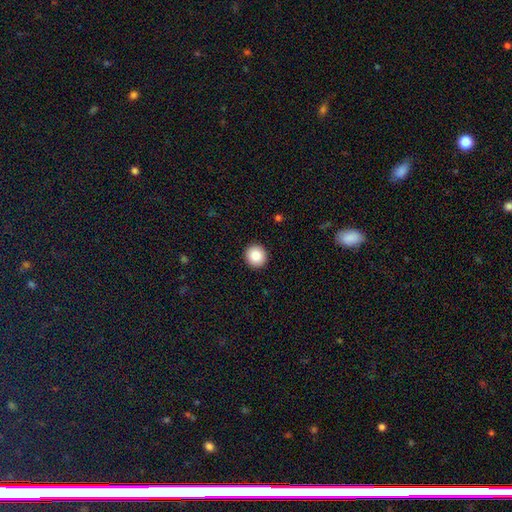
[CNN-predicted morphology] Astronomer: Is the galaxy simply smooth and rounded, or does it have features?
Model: smooth — 87%.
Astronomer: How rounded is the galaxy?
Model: round — 92%.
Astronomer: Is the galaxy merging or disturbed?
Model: none — 93%.